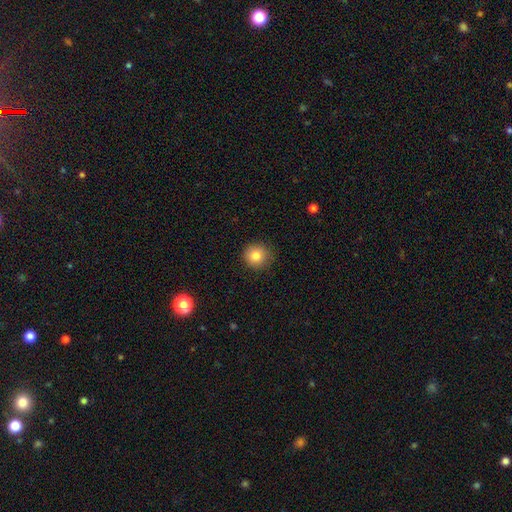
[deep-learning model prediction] Q: Smooth or featured?
A: smooth (83%); runner-up: star or artifact (11%)
Q: How rounded?
A: round (94%); runner-up: in between (6%)
Q: Merging?
A: none (89%); runner-up: minor disturbance (8%)